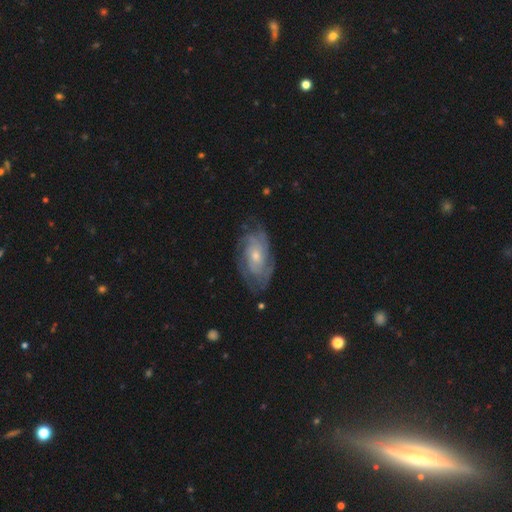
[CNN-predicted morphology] This is likely a featured or disk galaxy (79%). It is clearly not viewed edge-on (95%). Bar: likely no (73%). Spiral arm pattern: clearly yes (92%). Spiral arm count: marginally can't tell (43%). Spiral winding: likely tight (64%). Central bulge: possibly small (53%). Merging: likely none (73%).